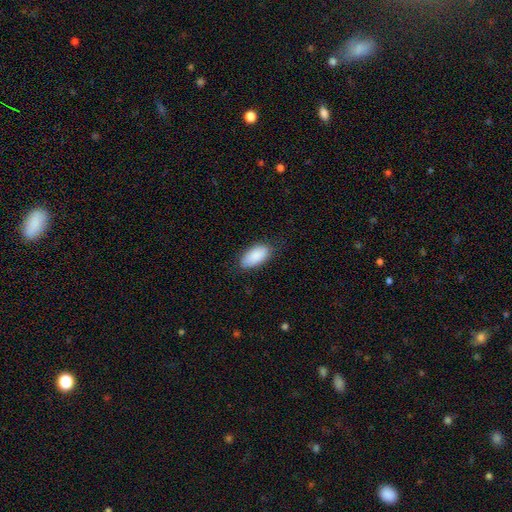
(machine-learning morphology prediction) Smooth or featured? Predicted: smooth (p=0.89). How rounded? Predicted: in between (p=0.93). Merging? Predicted: none (p=0.78).